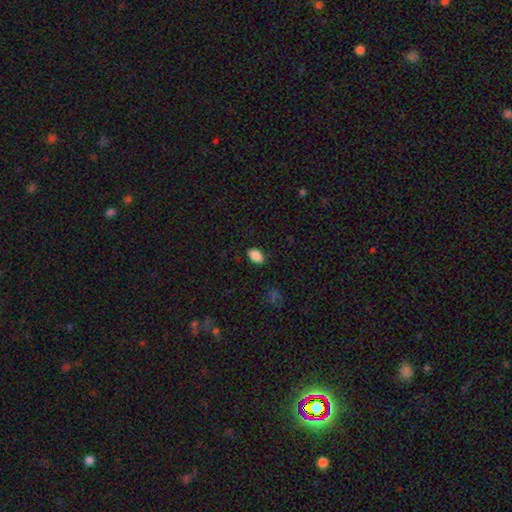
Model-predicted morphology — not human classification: A smooth galaxy with no disk features (88%) that is in between round and cigar-shaped (90%).

Vote fractions:
- Smooth or featured? smooth: 88% / star or artifact: 8% / featured or disk: 4%
- How rounded? in between: 90% / round: 8% / cigar-shaped: 2%
- Merging? none: 87% / minor disturbance: 9% / major disturbance: 2% / merger: 1%